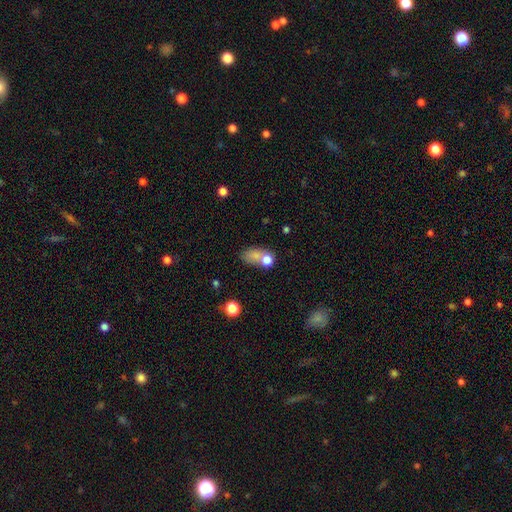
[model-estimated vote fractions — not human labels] The model was most divided on "merging": none: 40%, merger: 32%, minor disturbance: 16%, major disturbance: 12%. More confident: smooth or featured — smooth (74%); how rounded — in between (73%).